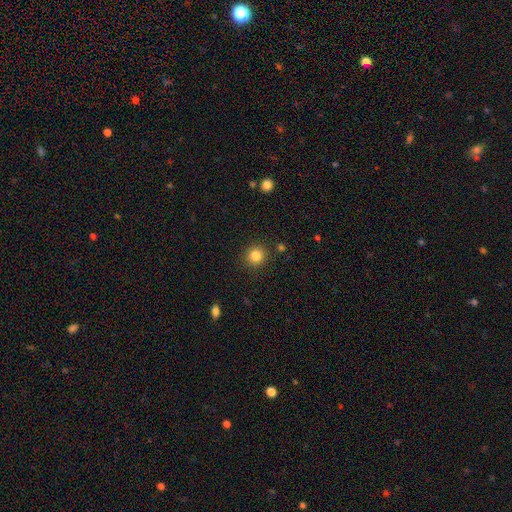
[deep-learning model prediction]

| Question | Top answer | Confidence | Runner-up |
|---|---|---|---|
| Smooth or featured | smooth | 84% | star or artifact (12%) |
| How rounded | round | 92% | in between (7%) |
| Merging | none | 90% | minor disturbance (6%) |